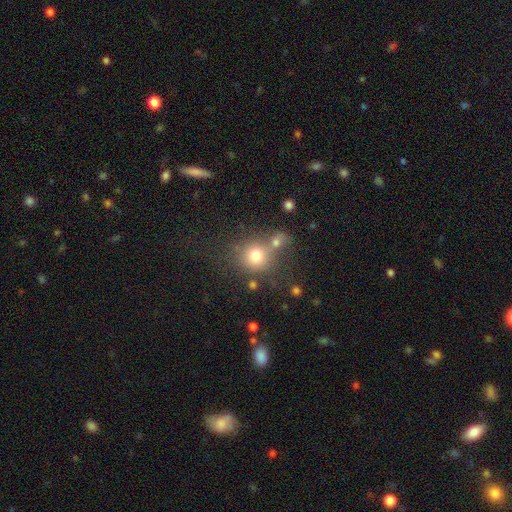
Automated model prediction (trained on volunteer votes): This appears to be a smooth galaxy with no disk features (76%) that is round (85%). Merging: none (52%).